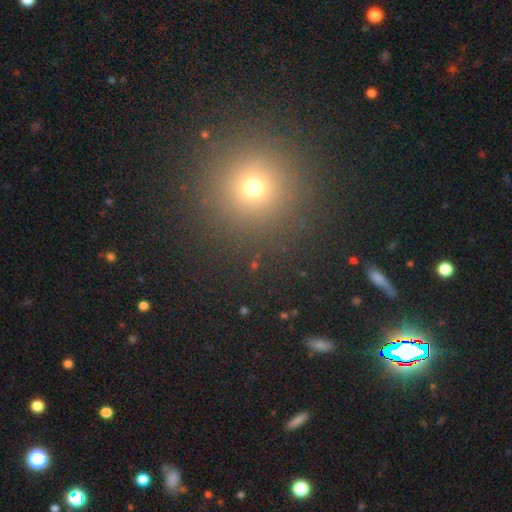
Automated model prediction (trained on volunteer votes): smooth-or-featured: smooth: 54% | star or artifact: 38% | featured or disk: 8%
  how-rounded: round: 95% | in between: 4% | cigar-shaped: 1%
  merging: none: 91% | minor disturbance: 5% | major disturbance: 2% | merger: 2%